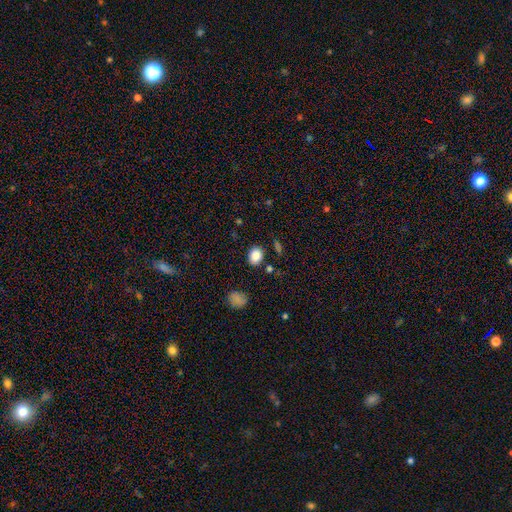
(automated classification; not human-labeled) Smooth or featured? Predicted: smooth (p=0.86). How rounded? Predicted: in between (p=0.50). Merging? Predicted: none (p=0.85).